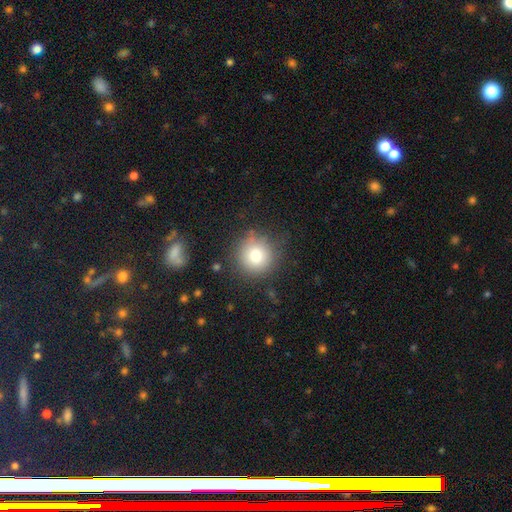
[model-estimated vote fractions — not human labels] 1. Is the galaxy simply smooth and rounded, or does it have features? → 76% smooth, 12% star or artifact, 11% featured or disk.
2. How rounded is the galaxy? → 94% round, 5% in between, 1% cigar-shaped.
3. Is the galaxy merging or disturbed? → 80% none, 13% minor disturbance, 5% major disturbance, 2% merger.